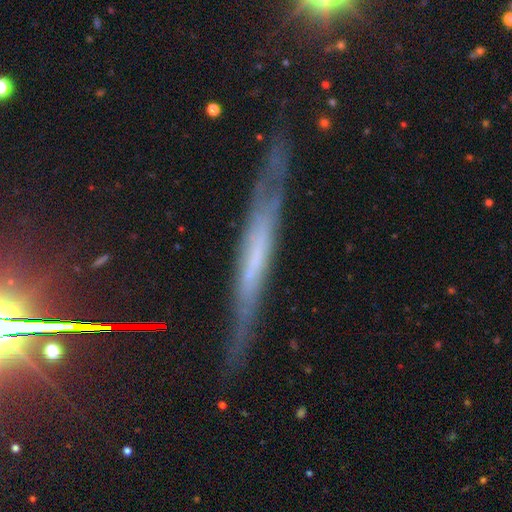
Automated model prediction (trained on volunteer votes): The model was most divided on "smooth or featured": featured or disk: 63%, smooth: 24%, star or artifact: 13%. More confident: edge-on disk — yes (87%); merging — none (78%); edge-on bulge — none (76%).